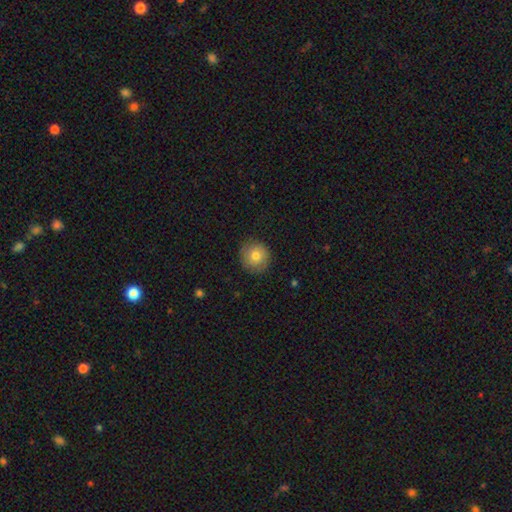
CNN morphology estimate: Smooth or featured? smooth (77%)
How rounded? round (94%)
Merging? none (86%)